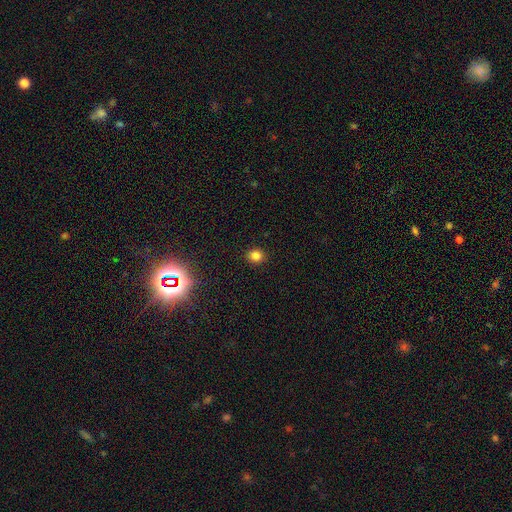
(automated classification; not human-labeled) Overall: smooth (82%). How rounded: round (79%). Merging: none (91%).